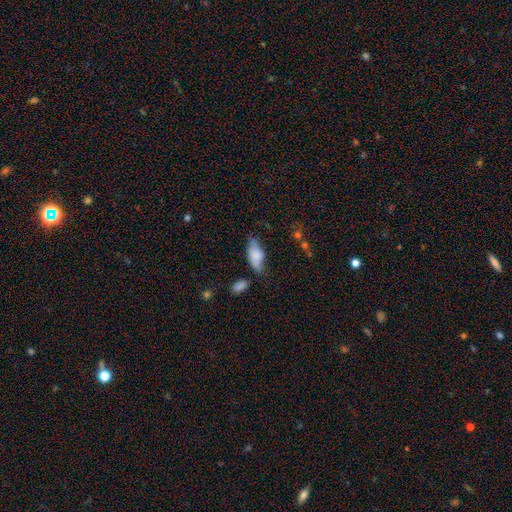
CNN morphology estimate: Q: Smooth or featured?
A: smooth (71%); runner-up: featured or disk (22%)
Q: How rounded?
A: in between (84%); runner-up: cigar-shaped (14%)
Q: Merging?
A: none (51%); runner-up: minor disturbance (32%)